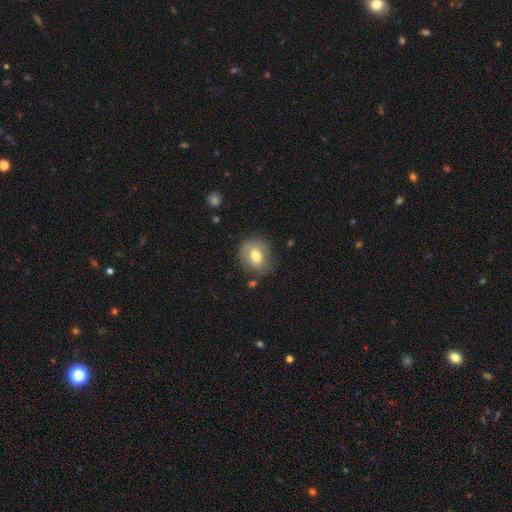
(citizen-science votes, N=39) This appears to be a smooth galaxy with no disk features (69%) that is round (81%). Merging: none (60%).